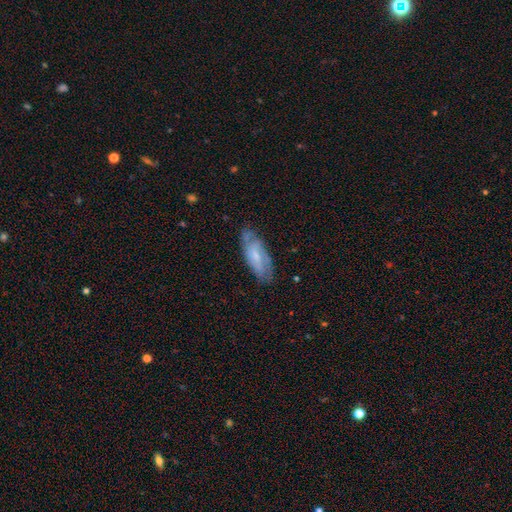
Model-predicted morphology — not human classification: Overall: featured or disk (58%; smooth 35%). Edge-on disk: no (85%). Merging: none (69%).